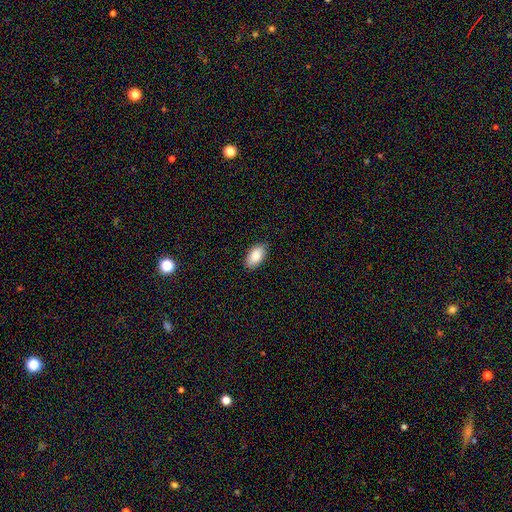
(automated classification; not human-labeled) This is clearly a smooth galaxy (88%). How rounded: clearly in between (95%). Merging: clearly none (86%).